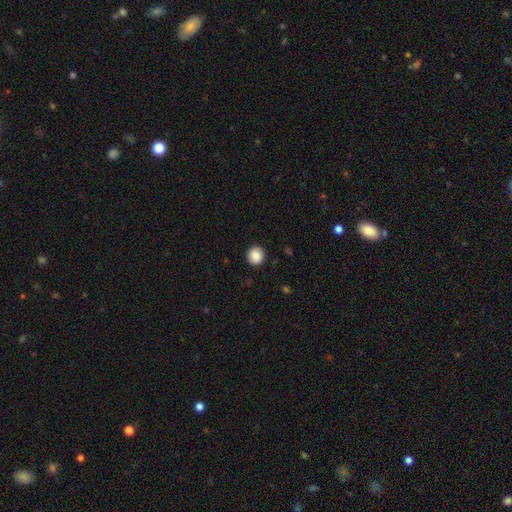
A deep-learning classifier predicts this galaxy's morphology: The model was most divided on "how rounded": round: 89%, in between: 11%, cigar-shaped: 1%. More confident: merging — none (91%); smooth or featured — smooth (87%).